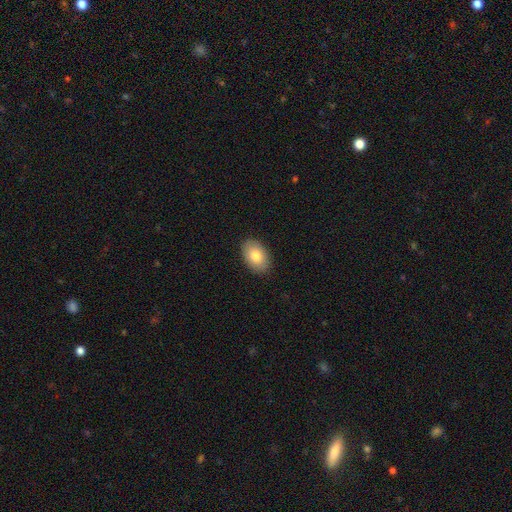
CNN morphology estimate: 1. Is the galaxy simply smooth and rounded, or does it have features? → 80% smooth, 13% featured or disk, 7% star or artifact.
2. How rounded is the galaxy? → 88% in between, 11% round, 1% cigar-shaped.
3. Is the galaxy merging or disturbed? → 88% none, 9% minor disturbance, 2% major disturbance, 1% merger.